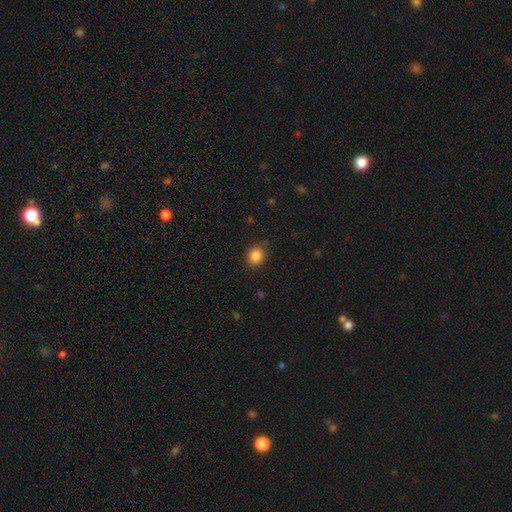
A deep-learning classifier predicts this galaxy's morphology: The model was most divided on "how rounded": round: 84%, in between: 15%, cigar-shaped: 1%. More confident: smooth or featured — smooth (86%); merging — none (84%).